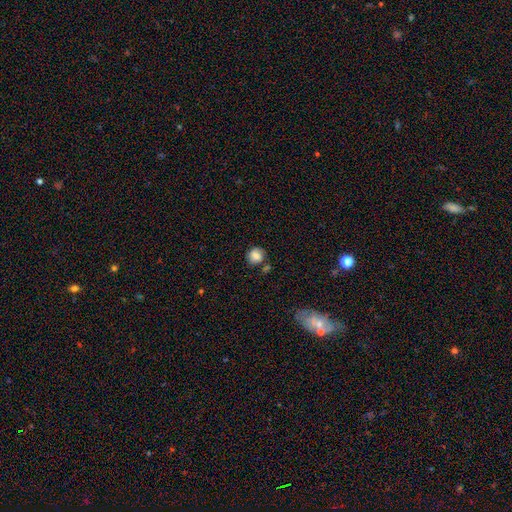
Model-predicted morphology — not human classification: type=smooth (80%); roundness=round (81%); merging=none (67%).